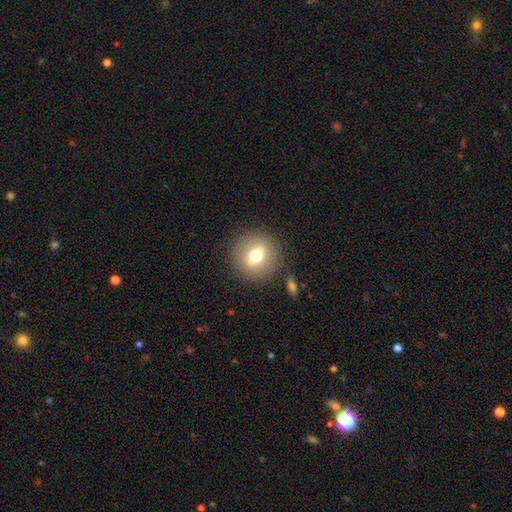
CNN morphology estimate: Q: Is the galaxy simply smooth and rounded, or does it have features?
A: smooth — 62%.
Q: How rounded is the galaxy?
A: round — 80%.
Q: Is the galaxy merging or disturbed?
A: none — 86%.